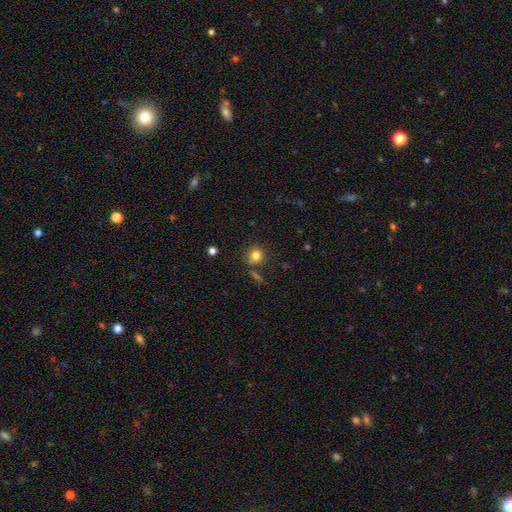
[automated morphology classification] The model was most divided on "merging": none: 74%, minor disturbance: 14%, merger: 7%, major disturbance: 5%. More confident: how rounded — round (85%); smooth or featured — smooth (81%).